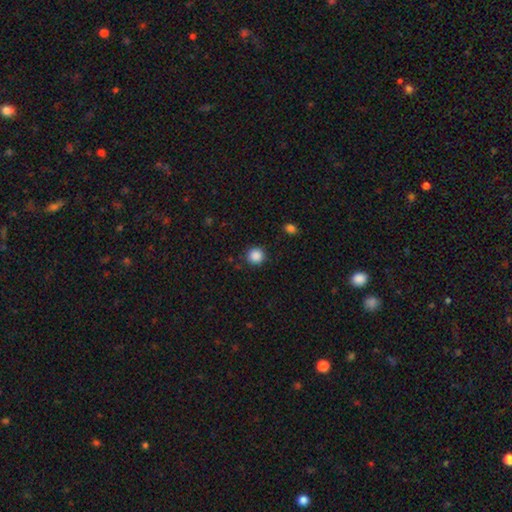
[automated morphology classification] This appears to be a smooth galaxy with no disk features (87%) that is round (94%). Merging: none (89%).